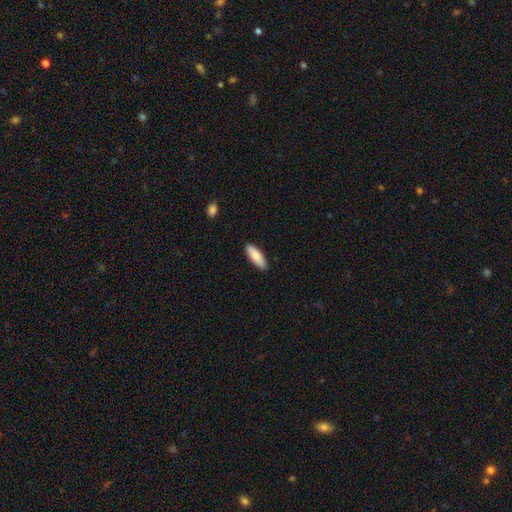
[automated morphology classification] smooth_or_featured: smooth (p=0.84) [alt: featured or disk p=0.10]
how_rounded: in between (p=0.59) [alt: cigar-shaped p=0.39]
merging: none (p=0.89) [alt: minor disturbance p=0.09]